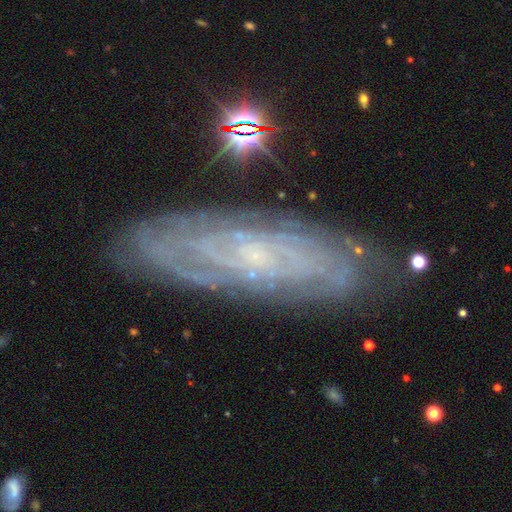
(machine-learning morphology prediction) Q: Smooth or featured?
A: featured or disk (81%); runner-up: smooth (11%)
Q: Edge-on disk?
A: no (83%); runner-up: yes (17%)
Q: Bar?
A: no (68%); runner-up: weak (25%)
Q: Spiral arms?
A: yes (93%); runner-up: no (7%)
Q: Spiral winding?
A: tight (76%); runner-up: medium (19%)
Q: Spiral arm count?
A: can't tell (51%); runner-up: 2 (14%)
Q: Bulge size?
A: small (82%); runner-up: moderate (8%)
Q: Merging?
A: none (82%); runner-up: minor disturbance (13%)